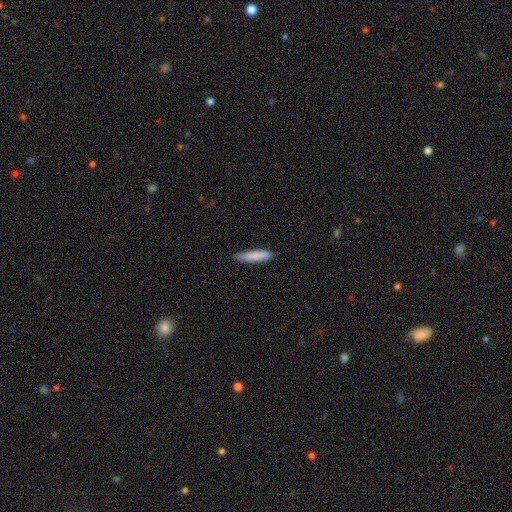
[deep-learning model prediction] Morphology: type=smooth (86%); roundness=cigar-shaped (81%); merging=none (85%).